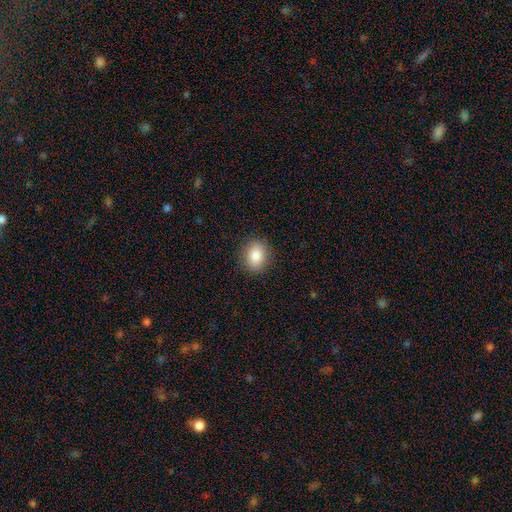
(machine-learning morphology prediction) This appears to be a smooth galaxy with no disk features (85%) that is in between round and cigar-shaped (53%). Merging: none (88%).